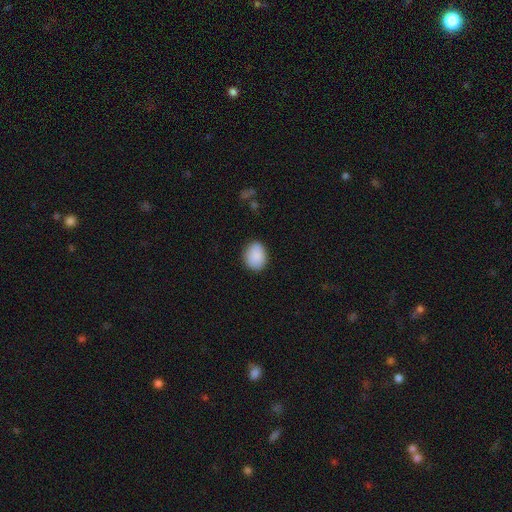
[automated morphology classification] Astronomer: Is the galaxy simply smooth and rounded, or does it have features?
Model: smooth — 89%.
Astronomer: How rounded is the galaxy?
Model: in between — 54% (runner-up: round, 45%).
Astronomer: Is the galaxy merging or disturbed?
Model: none — 84%.